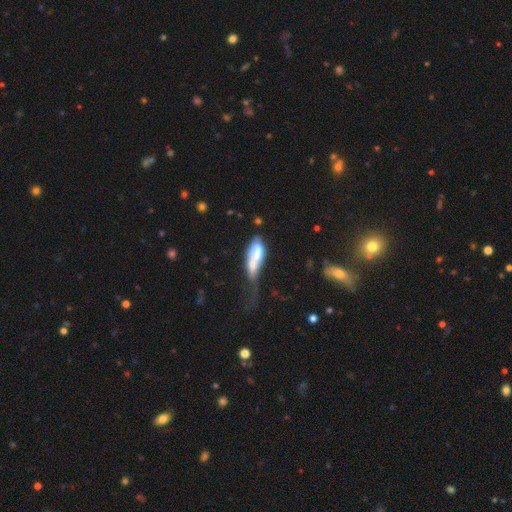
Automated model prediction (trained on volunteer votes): Smooth or featured?
  - smooth: 56% *
  - featured or disk: 36%
  - star or artifact: 8%
How rounded?
  - in between: 64% *
  - cigar-shaped: 33%
  - round: 3%
Merging?
  - merger: 34% *
  - major disturbance: 29%
  - minor disturbance: 20%
  - none: 16%